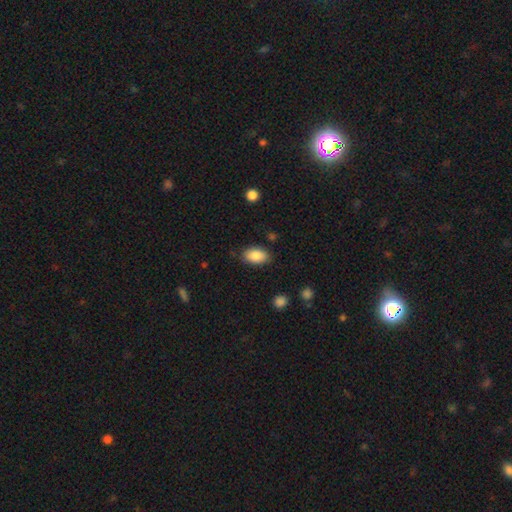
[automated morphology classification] Smooth or featured: smooth — 86% (star or artifact — 7%)
How rounded: in between — 92% (round — 6%)
Merging: none — 83% (minor disturbance — 13%)